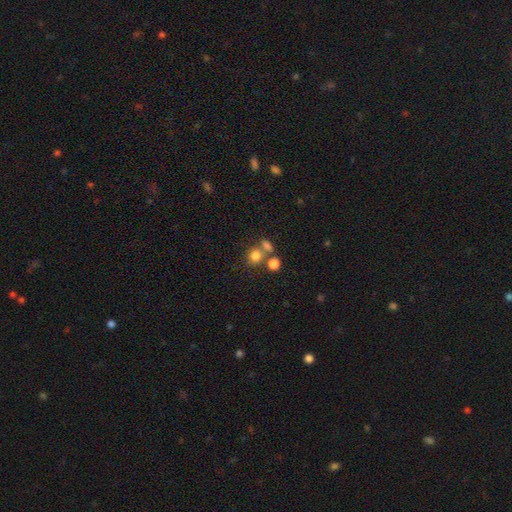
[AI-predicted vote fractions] Overall: smooth (77%). How rounded: round (77%). Merging: none (55%; merger 30%).